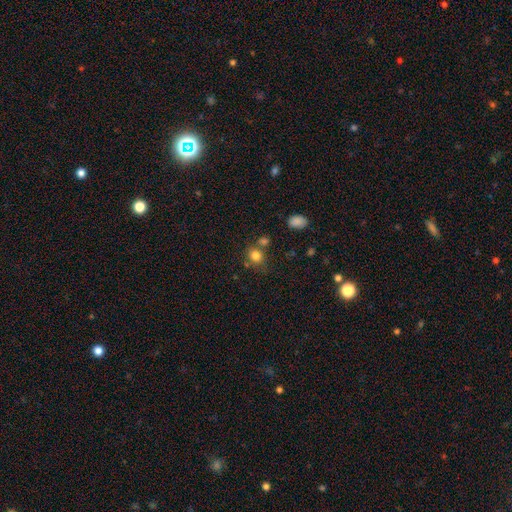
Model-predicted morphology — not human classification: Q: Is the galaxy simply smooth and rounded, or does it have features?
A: smooth — 81%.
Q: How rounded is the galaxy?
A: round — 71%.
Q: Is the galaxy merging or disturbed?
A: none — 63%.